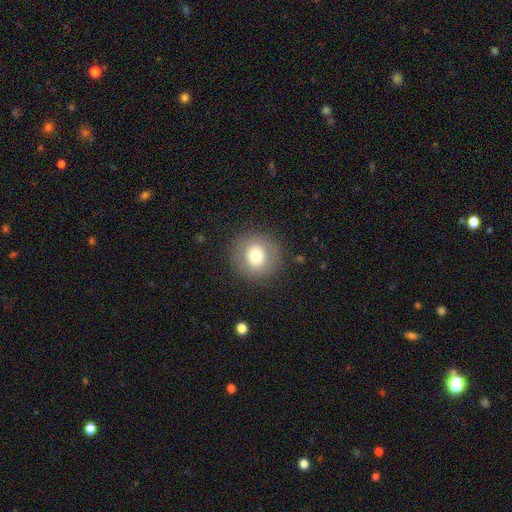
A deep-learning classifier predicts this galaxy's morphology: A smooth galaxy with no disk features (71%) that is round (94%). Merging: none (89%).